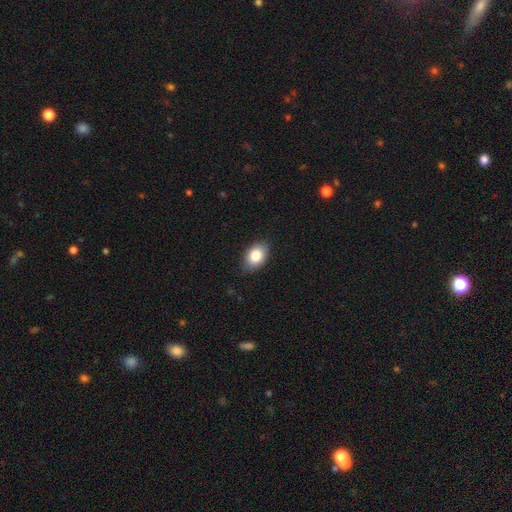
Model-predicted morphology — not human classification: This is clearly a smooth galaxy (83%). How rounded: clearly in between (84%). Merging: clearly none (84%).